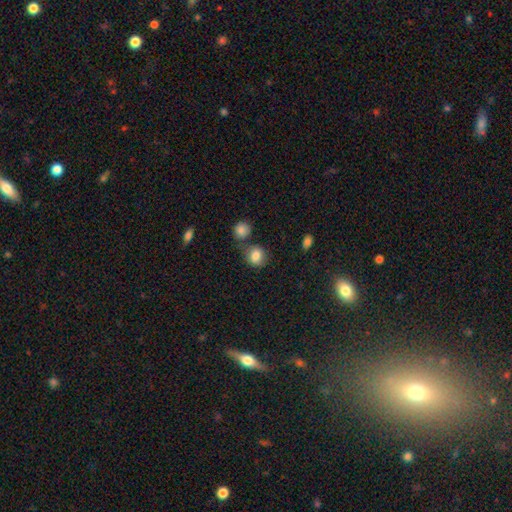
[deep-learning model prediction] A smooth galaxy with no disk features (83%) that is round (73%).

Vote fractions:
- Smooth or featured? smooth: 83% / star or artifact: 10% / featured or disk: 7%
- How rounded? round: 73% / in between: 26% / cigar-shaped: 1%
- Merging? none: 66% / merger: 16% / minor disturbance: 13% / major disturbance: 4%